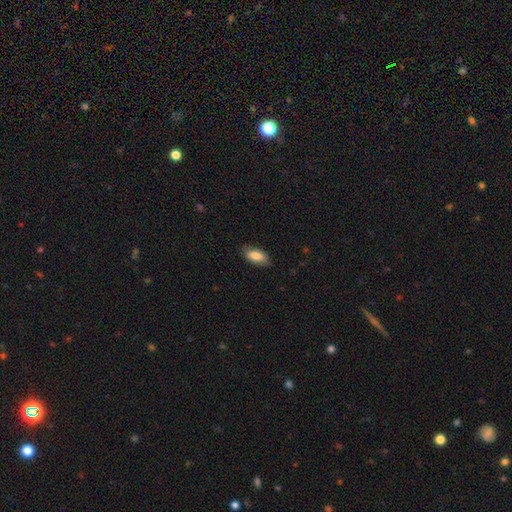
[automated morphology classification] This is clearly a smooth galaxy (82%). How rounded: clearly in between (88%). Merging: clearly none (80%).